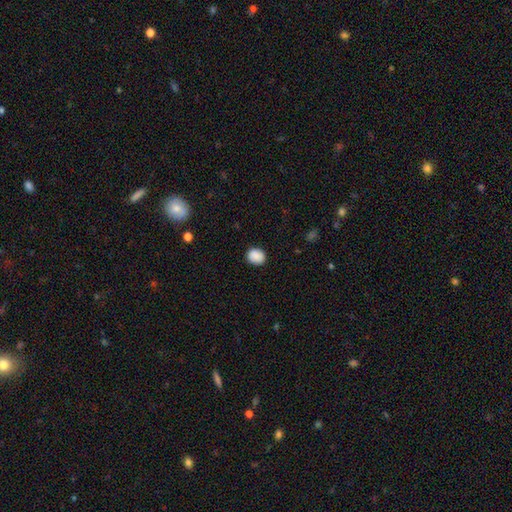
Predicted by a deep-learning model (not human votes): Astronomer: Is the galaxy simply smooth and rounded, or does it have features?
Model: smooth — 88%.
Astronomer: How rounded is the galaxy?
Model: round — 65%.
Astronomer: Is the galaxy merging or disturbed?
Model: none — 86%.